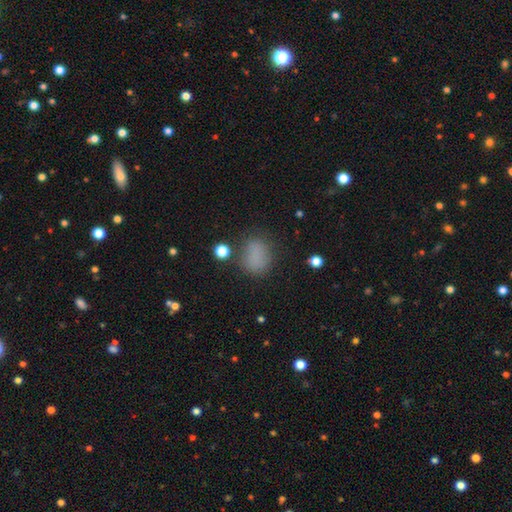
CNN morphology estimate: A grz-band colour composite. It shows a smooth galaxy with no disk features (77%) that is in between round and cigar-shaped (55%). Merging: none (70%).